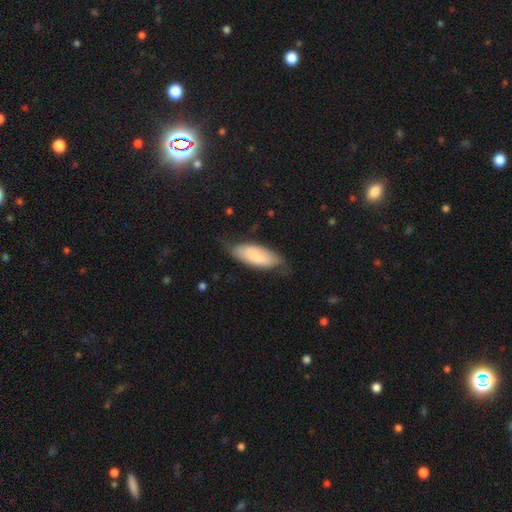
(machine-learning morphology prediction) smooth-or-featured: smooth: 72% | featured or disk: 22% | star or artifact: 6%
  how-rounded: in between: 80% | cigar-shaped: 18% | round: 2%
  merging: none: 60% | minor disturbance: 29% | major disturbance: 9% | merger: 2%